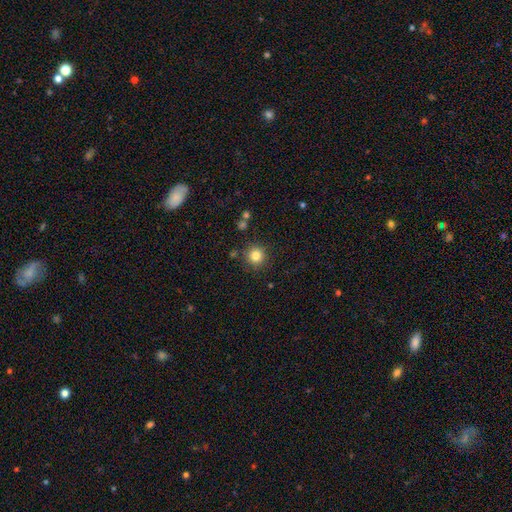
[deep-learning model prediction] Q: Smooth or featured?
A: smooth (83%); runner-up: star or artifact (12%)
Q: How rounded?
A: round (93%); runner-up: in between (6%)
Q: Merging?
A: none (85%); runner-up: minor disturbance (8%)